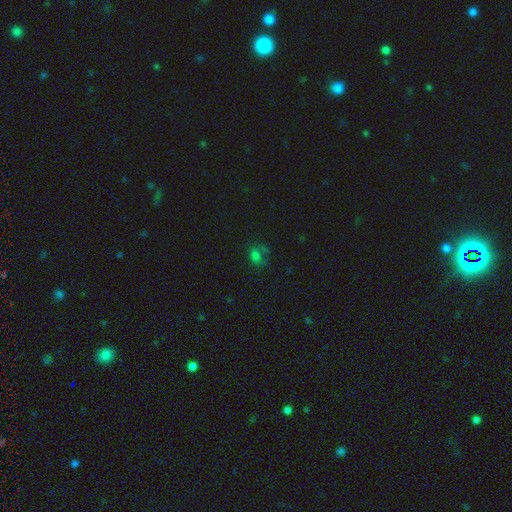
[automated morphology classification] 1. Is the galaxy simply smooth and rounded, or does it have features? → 58% smooth, 30% star or artifact, 12% featured or disk.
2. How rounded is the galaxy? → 50% round, 49% in between, 2% cigar-shaped.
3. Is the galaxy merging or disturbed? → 50% none, 23% minor disturbance, 19% major disturbance, 8% merger.